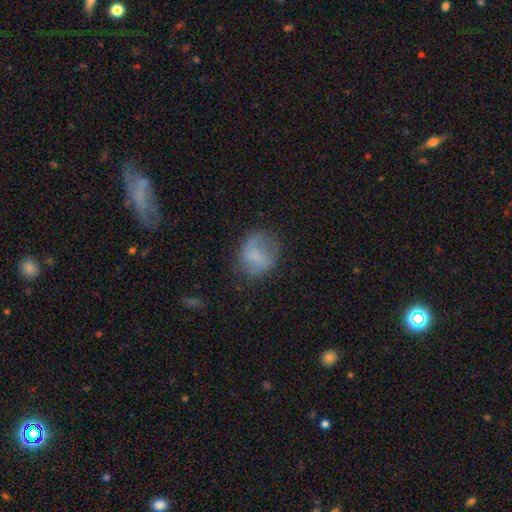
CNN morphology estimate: smooth 64%, featured or disk 26%, star or artifact 10%. Down the decision tree: how rounded — round (56%); merging — none (59%).